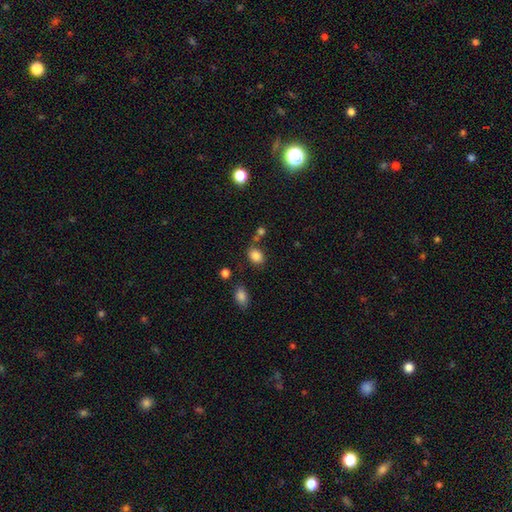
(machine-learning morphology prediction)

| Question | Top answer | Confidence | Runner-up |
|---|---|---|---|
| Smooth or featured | smooth | 84% | star or artifact (11%) |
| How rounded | in between | 64% | round (35%) |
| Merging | none | 67% | minor disturbance (16%) |